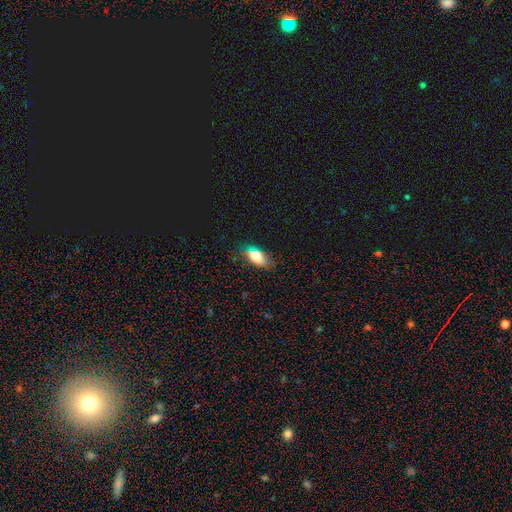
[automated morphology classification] A smooth galaxy with no disk features (76%) that is in between round and cigar-shaped (87%).

Vote fractions:
- Smooth or featured? smooth: 76% / featured or disk: 14% / star or artifact: 10%
- How rounded? in between: 87% / cigar-shaped: 7% / round: 6%
- Merging? none: 73% / minor disturbance: 21% / major disturbance: 5% / merger: 2%